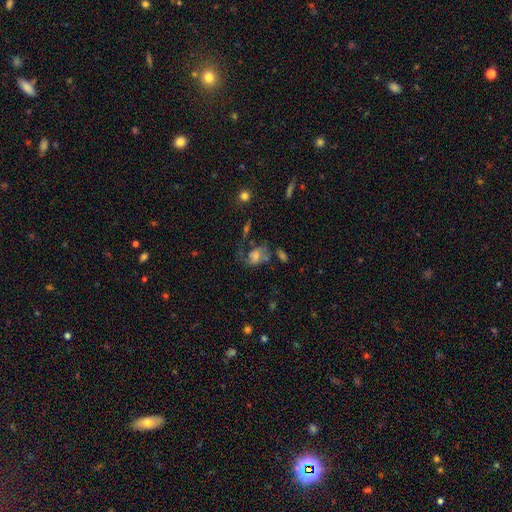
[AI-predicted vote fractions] Smooth or featured?
  - smooth: 46% *
  - featured or disk: 42%
  - star or artifact: 12%
Merging?
  - major disturbance: 36% *
  - none: 32%
  - minor disturbance: 21%
  - merger: 10%